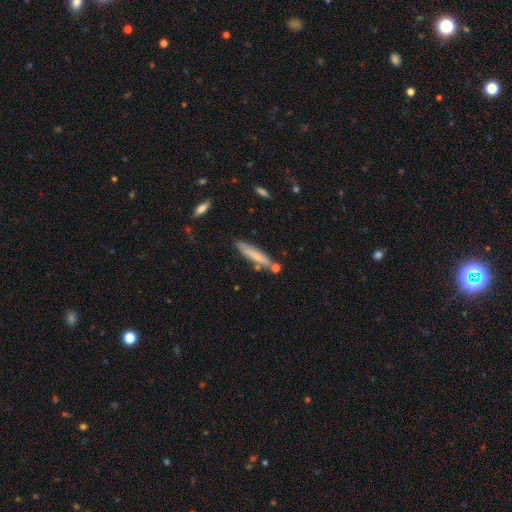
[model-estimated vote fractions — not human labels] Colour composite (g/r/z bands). It shows a smooth galaxy with no disk features (72%) that is cigar-shaped (90%). Merging: none (74%).